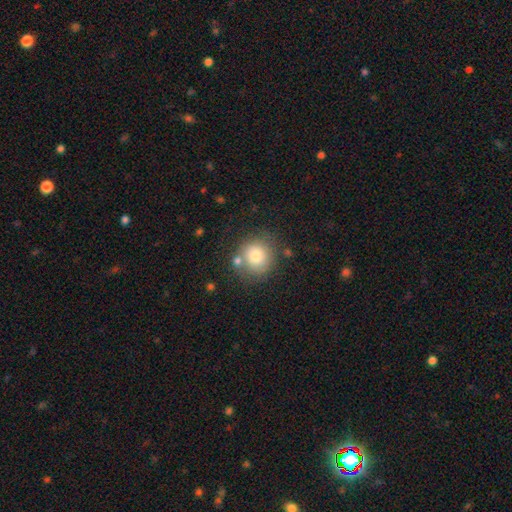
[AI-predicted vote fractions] Smooth or featured?
  - smooth: 78% *
  - featured or disk: 12%
  - star or artifact: 9%
How rounded?
  - round: 88% *
  - in between: 11%
  - cigar-shaped: 1%
Merging?
  - none: 70% *
  - minor disturbance: 15%
  - merger: 9%
  - major disturbance: 6%